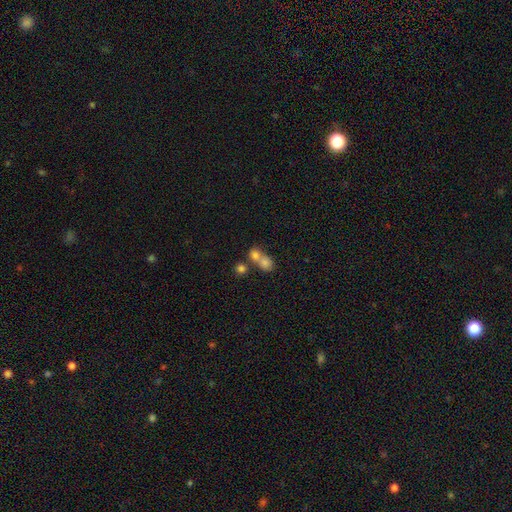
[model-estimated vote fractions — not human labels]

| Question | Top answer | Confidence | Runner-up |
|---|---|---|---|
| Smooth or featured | smooth | 75% | featured or disk (13%) |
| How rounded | round | 71% | in between (27%) |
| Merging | merger | 61% | none (30%) |